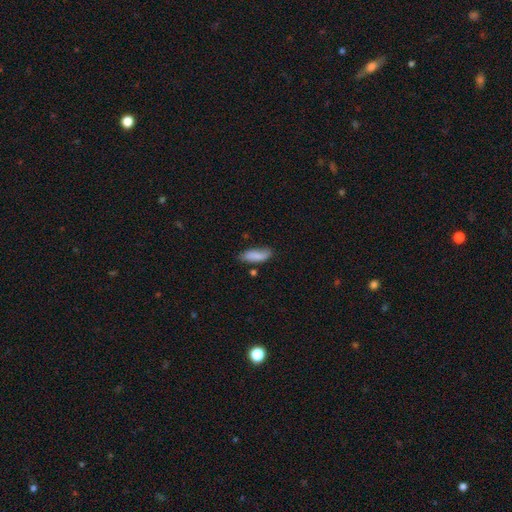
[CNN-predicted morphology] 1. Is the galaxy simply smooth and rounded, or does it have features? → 83% smooth, 10% featured or disk, 7% star or artifact.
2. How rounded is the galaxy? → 67% in between, 30% cigar-shaped, 2% round.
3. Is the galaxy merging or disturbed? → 65% none, 26% minor disturbance, 6% major disturbance, 4% merger.